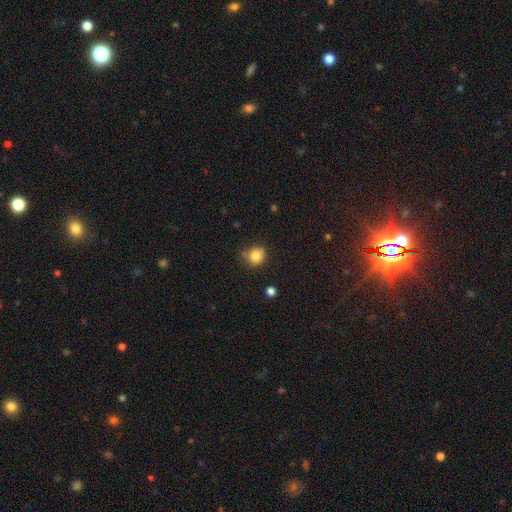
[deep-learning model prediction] Smooth or featured? smooth (83%)
How rounded? round (79%)
Merging? none (71%)